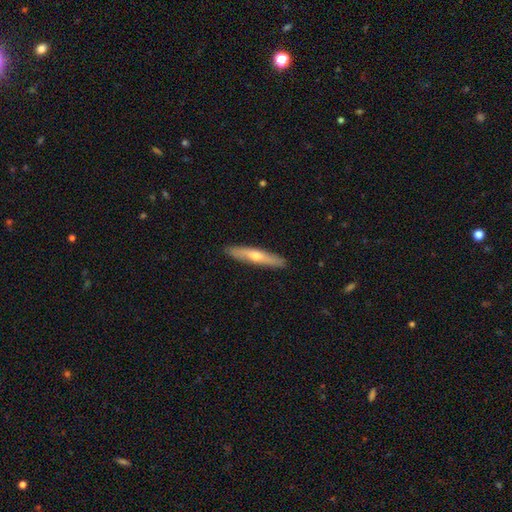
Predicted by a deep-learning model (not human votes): Q: Smooth or featured?
A: featured or disk (52%); runner-up: smooth (42%)
Q: Edge-on disk?
A: yes (88%); runner-up: no (12%)
Q: Merging?
A: none (91%); runner-up: minor disturbance (7%)